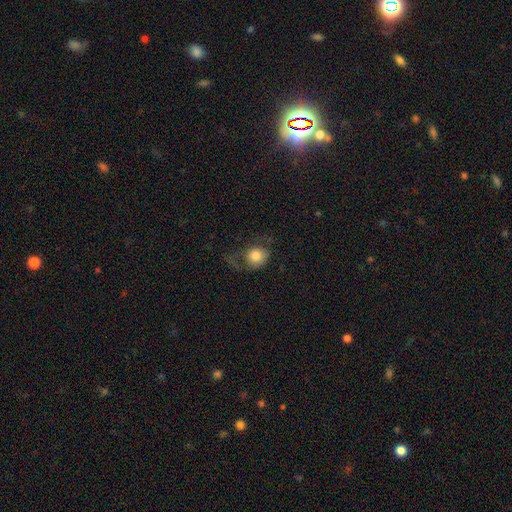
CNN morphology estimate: A smooth galaxy with no disk features (73%) that is round (73%).

Vote fractions:
- Smooth or featured? smooth: 73% / featured or disk: 19% / star or artifact: 9%
- How rounded? round: 73% / in between: 26% / cigar-shaped: 1%
- Merging? none: 38% / major disturbance: 37% / minor disturbance: 23% / merger: 2%